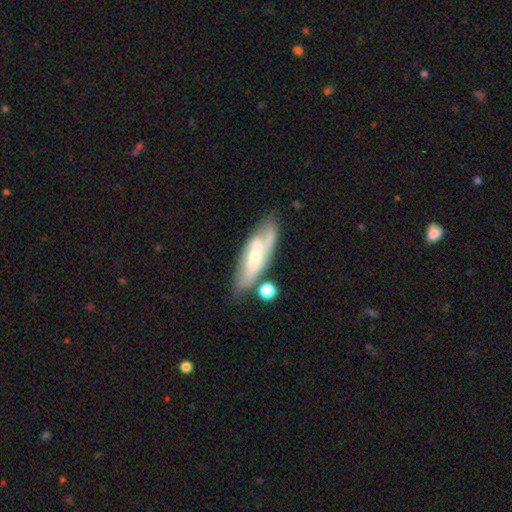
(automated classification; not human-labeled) A featured or disk galaxy (61%).

Vote fractions:
- Smooth or featured? featured or disk: 61% / smooth: 32% / star or artifact: 6%
- Edge-on disk? no: 76% / yes: 24%
- Merging? none: 58% / minor disturbance: 22% / merger: 12% / major disturbance: 8%